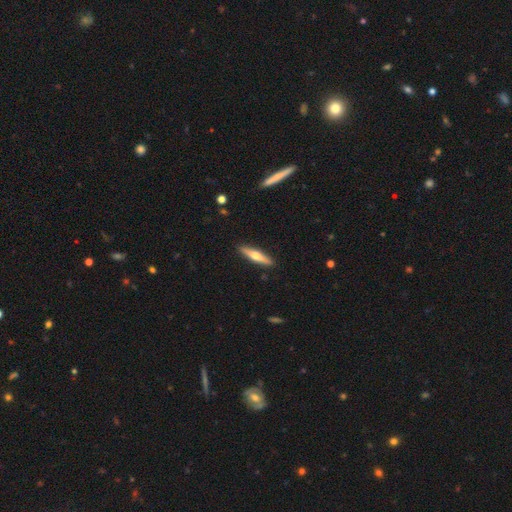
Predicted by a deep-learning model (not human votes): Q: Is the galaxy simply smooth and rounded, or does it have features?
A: featured or disk — 49%.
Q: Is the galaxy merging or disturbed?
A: none — 91%.